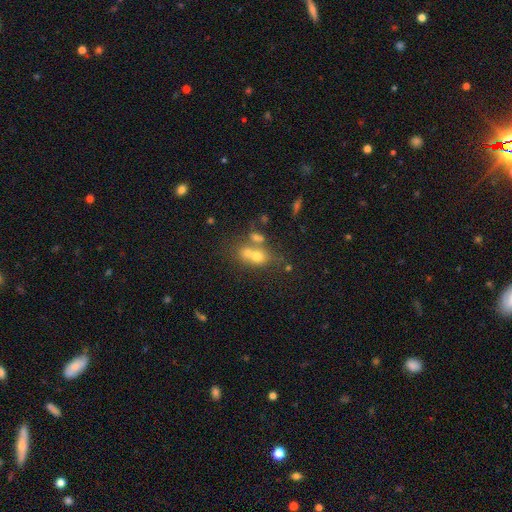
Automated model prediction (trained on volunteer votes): Smooth or featured?
  - smooth: 58% *
  - featured or disk: 25%
  - star or artifact: 17%
How rounded?
  - round: 50% *
  - in between: 47%
  - cigar-shaped: 3%
Merging?
  - merger: 54% *
  - none: 31%
  - minor disturbance: 9%
  - major disturbance: 6%